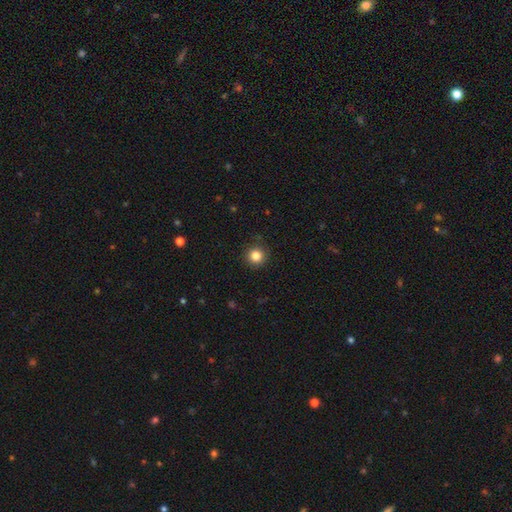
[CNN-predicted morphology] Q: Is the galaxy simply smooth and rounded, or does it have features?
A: smooth — 84%.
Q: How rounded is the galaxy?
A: round — 94%.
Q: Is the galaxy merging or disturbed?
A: none — 90%.